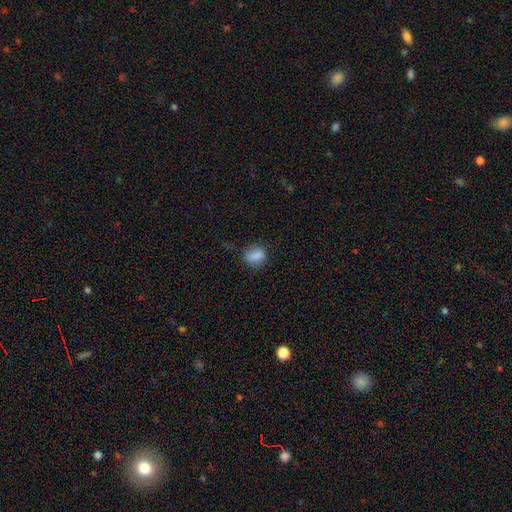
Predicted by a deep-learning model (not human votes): A smooth galaxy with no disk features (84%) that is in between round and cigar-shaped (52%). Merging: none (67%).